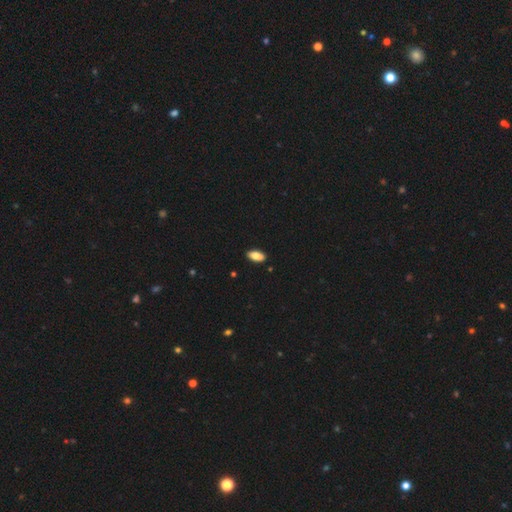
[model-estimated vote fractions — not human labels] A smooth galaxy with no disk features (82%) that is in between round and cigar-shaped (89%). Merging: none (88%).